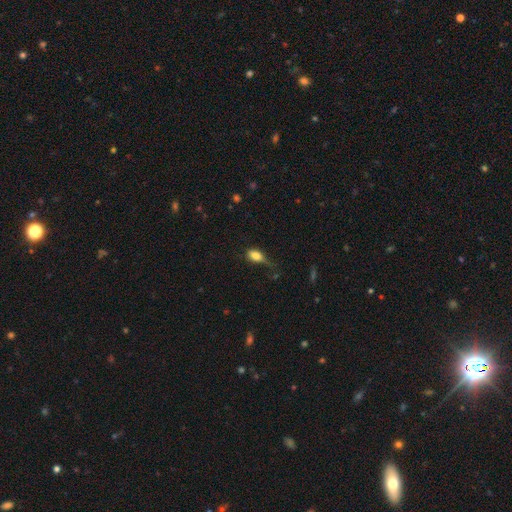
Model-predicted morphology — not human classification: Smooth or featured: smooth — 81% (featured or disk — 10%)
How rounded: in between — 82% (round — 11%)
Merging: none — 40% (minor disturbance — 36%)